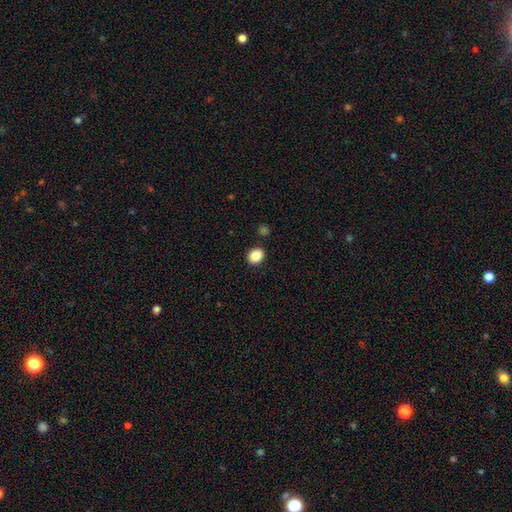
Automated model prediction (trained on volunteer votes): Overall: smooth (87%). How rounded: round (55%; in between 44%). Merging: none (88%).